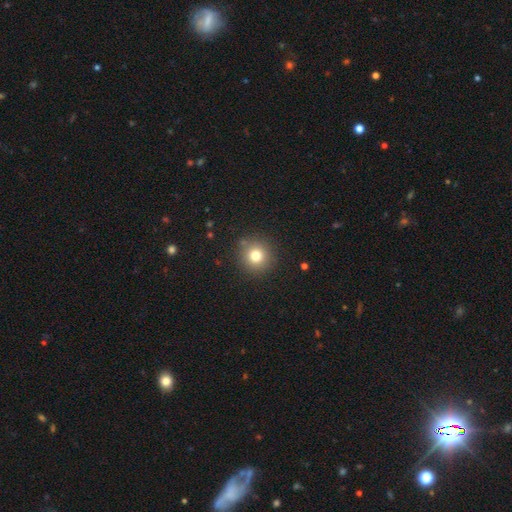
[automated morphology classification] Smooth or featured?
  - smooth: 77% *
  - star or artifact: 14%
  - featured or disk: 9%
How rounded?
  - round: 93% *
  - in between: 6%
  - cigar-shaped: 1%
Merging?
  - none: 88% *
  - minor disturbance: 7%
  - major disturbance: 3%
  - merger: 2%